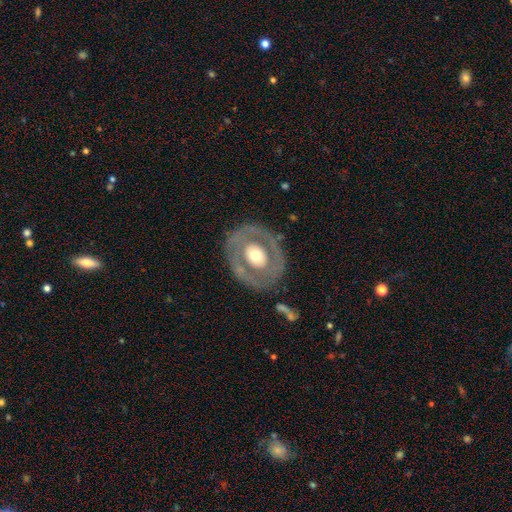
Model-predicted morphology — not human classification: Q: Smooth or featured?
A: featured or disk (57%); runner-up: smooth (37%)
Q: Edge-on disk?
A: no (94%); runner-up: yes (6%)
Q: Bar?
A: no (84%); runner-up: weak (11%)
Q: Spiral arms?
A: no (86%); runner-up: yes (14%)
Q: Bulge size?
A: moderate (59%); runner-up: large (30%)
Q: Merging?
A: none (80%); runner-up: minor disturbance (11%)